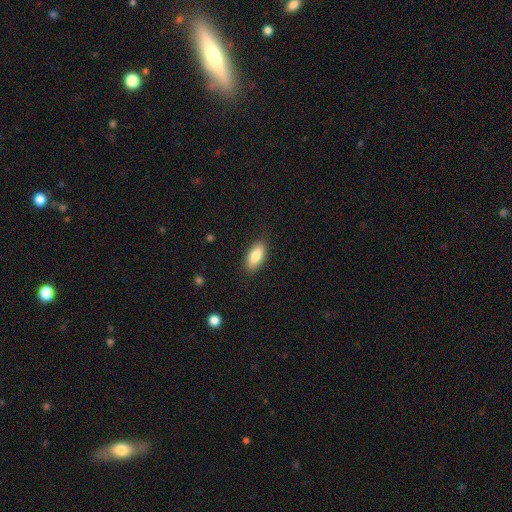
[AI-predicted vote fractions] Overall: smooth (82%). How rounded: in between (85%). Merging: none (87%).